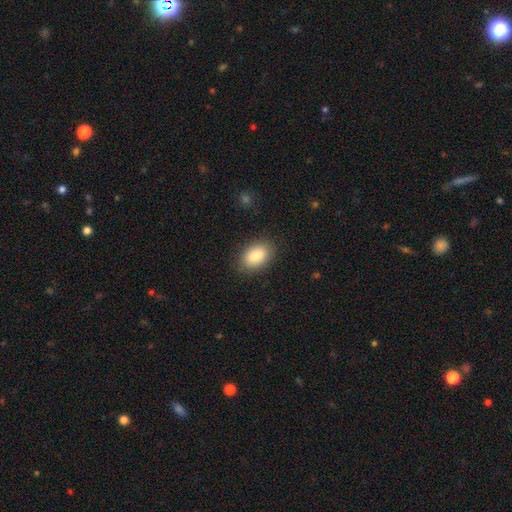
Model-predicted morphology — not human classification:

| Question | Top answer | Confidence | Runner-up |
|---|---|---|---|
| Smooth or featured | smooth | 85% | featured or disk (8%) |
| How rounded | in between | 89% | round (10%) |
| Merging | none | 86% | minor disturbance (10%) |